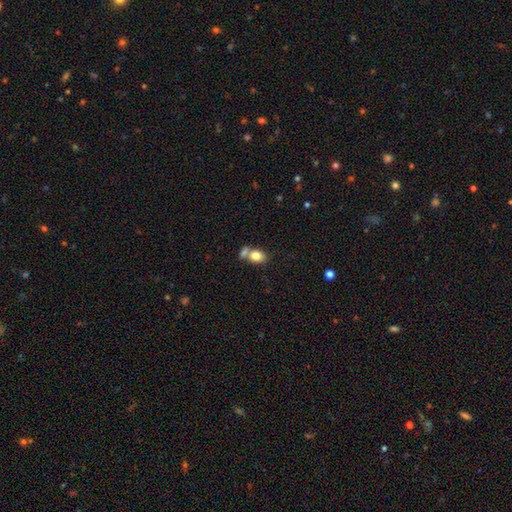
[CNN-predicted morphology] This appears to be a smooth galaxy with no disk features (78%) that is in between round and cigar-shaped (60%). Merging: none (43%).